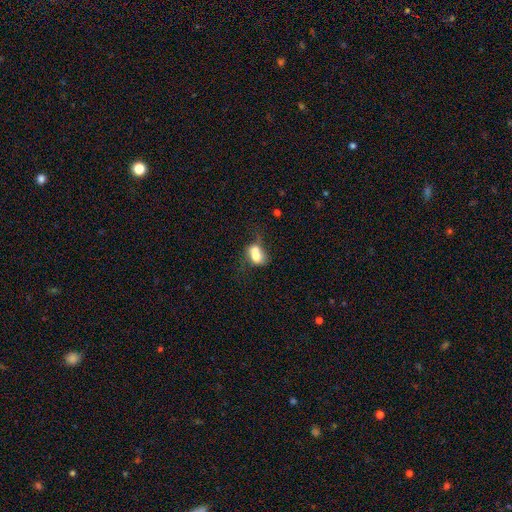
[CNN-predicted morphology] Smooth or featured? smooth (68%)
How rounded? in between (69%)
Merging? merger (39%)